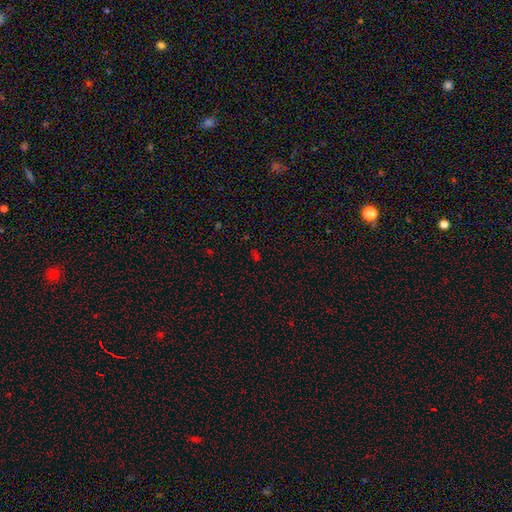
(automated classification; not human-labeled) smooth_or_featured: star or artifact (p=0.53) [alt: smooth p=0.40]